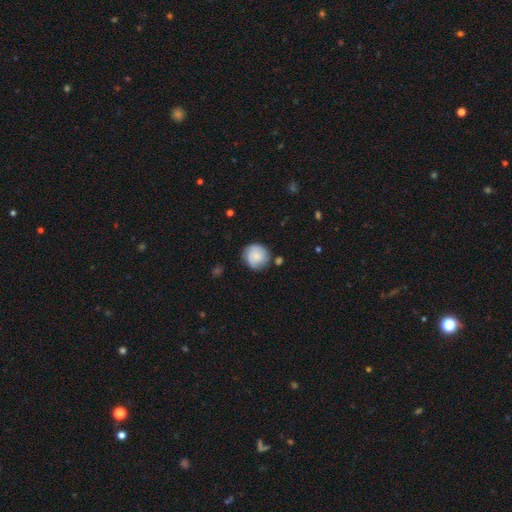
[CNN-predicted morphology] Smooth or featured? smooth (62%)
How rounded? round (90%)
Merging? none (73%)